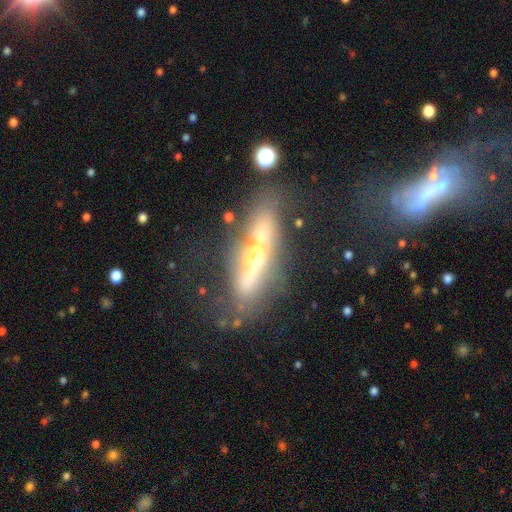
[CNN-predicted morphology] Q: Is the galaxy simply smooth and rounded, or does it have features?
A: featured or disk — 65%.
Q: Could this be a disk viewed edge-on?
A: yes — 72%.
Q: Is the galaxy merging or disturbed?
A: none — 53%.